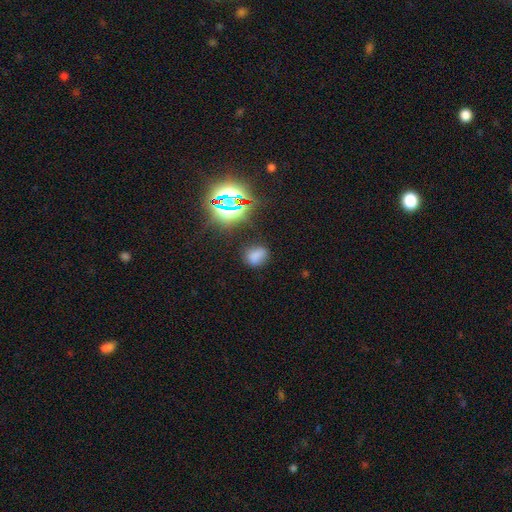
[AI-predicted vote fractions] Overall: smooth (67%). How rounded: in between (65%; round 33%). Merging: none (72%).